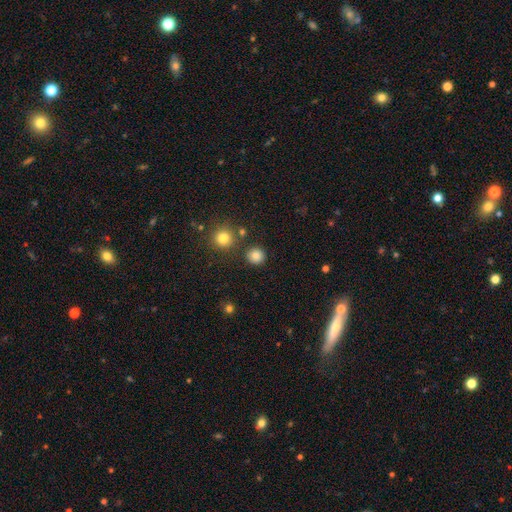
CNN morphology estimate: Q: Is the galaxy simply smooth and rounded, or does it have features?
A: smooth — 83%.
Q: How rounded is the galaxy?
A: round — 94%.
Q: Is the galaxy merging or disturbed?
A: none — 89%.